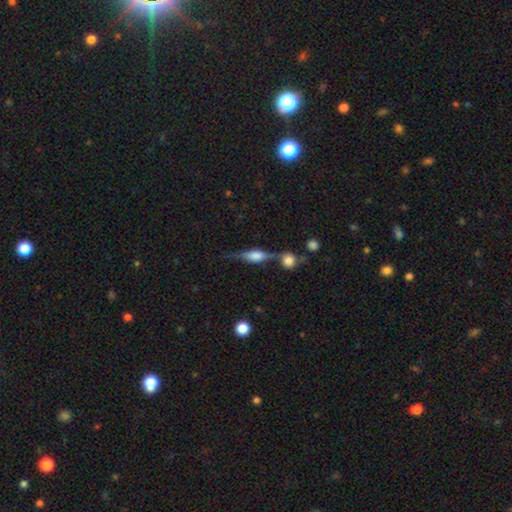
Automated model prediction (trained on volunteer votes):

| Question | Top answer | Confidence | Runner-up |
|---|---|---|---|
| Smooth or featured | featured or disk | 68% | smooth (24%) |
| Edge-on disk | yes | 93% | no (7%) |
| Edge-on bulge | rounded | 77% | boxy (20%) |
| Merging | none | 56% | merger (24%) |